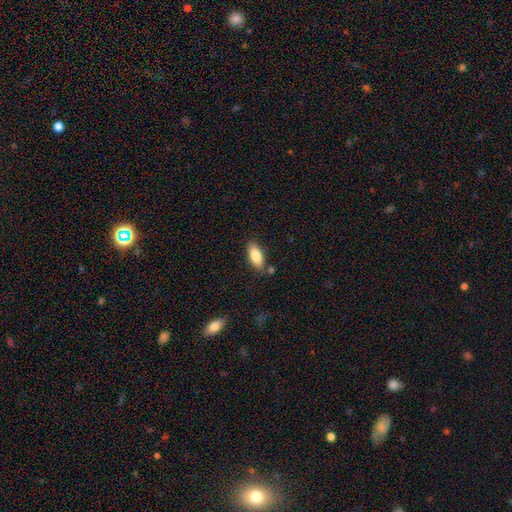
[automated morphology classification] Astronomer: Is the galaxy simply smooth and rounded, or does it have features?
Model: smooth — 82%.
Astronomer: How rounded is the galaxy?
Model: in between — 83%.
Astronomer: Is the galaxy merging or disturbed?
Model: none — 81%.